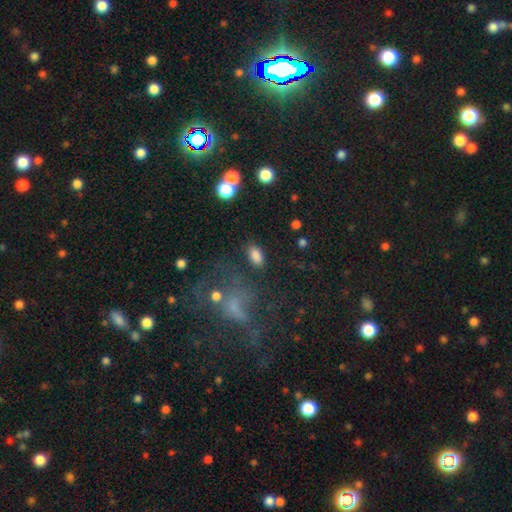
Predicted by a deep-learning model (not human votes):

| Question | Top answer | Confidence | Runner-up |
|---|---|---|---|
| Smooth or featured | smooth | 85% | star or artifact (10%) |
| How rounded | in between | 91% | round (6%) |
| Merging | none | 81% | minor disturbance (11%) |